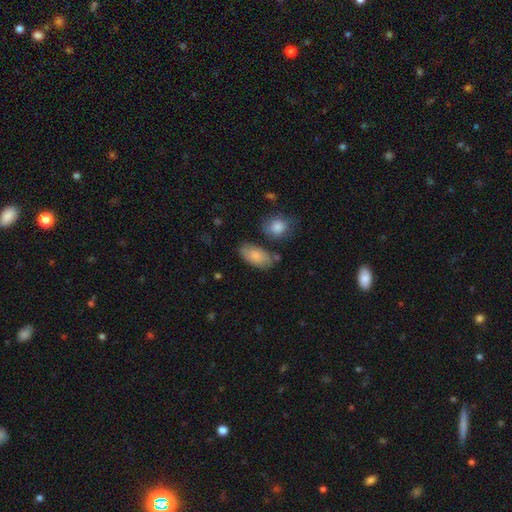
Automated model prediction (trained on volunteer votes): Smooth or featured? Predicted: smooth (p=0.78). How rounded? Predicted: in between (p=0.92). Merging? Predicted: none (p=0.67).